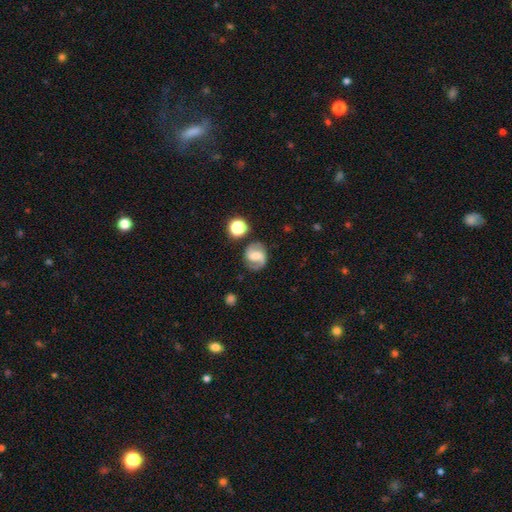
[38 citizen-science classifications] Smooth or featured: featured or disk — 71% (smooth — 26%)
Edge-on disk: no — 100%
Bar: weak — 59% (strong — 22%)
Spiral arms: yes — 96% (no — 4%)
Spiral winding: medium — 58% (loose — 27%)
Spiral arm count: 2 — 85% (1 — 15%)
Bulge size: moderate — 59% (small — 22%)
Merging: none — 81% (minor disturbance — 16%)